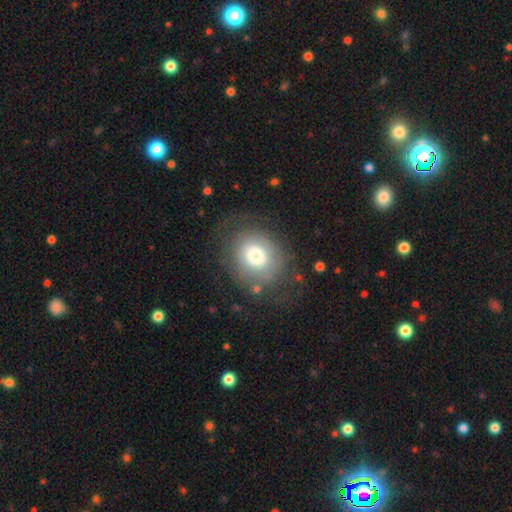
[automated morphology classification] The model was most divided on "how rounded": round: 62%, in between: 37%, cigar-shaped: 1%. More confident: merging — none (63%); smooth or featured — smooth (62%).